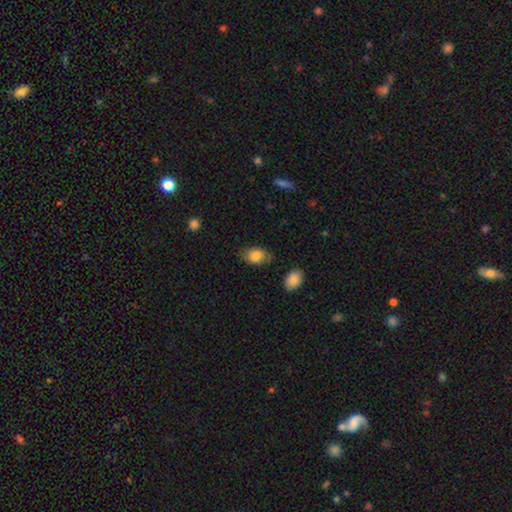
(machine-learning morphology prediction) Smooth or featured? smooth (78%)
How rounded? in between (85%)
Merging? none (68%)